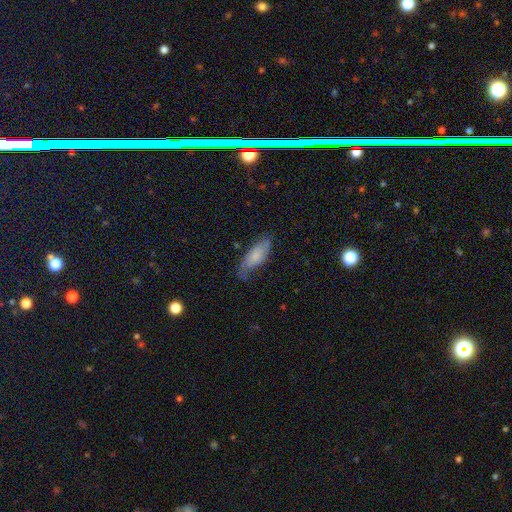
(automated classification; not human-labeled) Smooth or featured? smooth (67%)
How rounded? in between (75%)
Merging? none (57%)